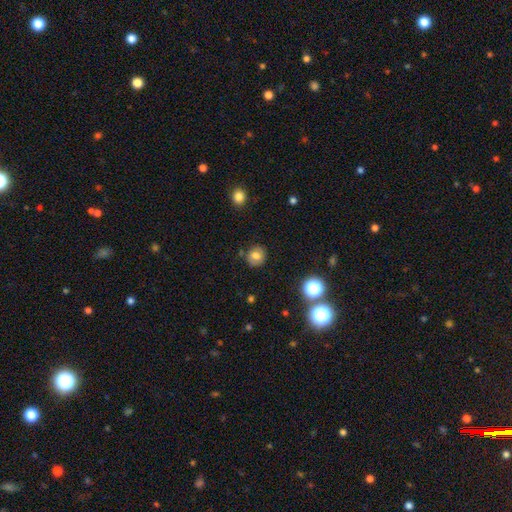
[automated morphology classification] Smooth or featured?
  - smooth: 73% *
  - featured or disk: 15%
  - star or artifact: 12%
How rounded?
  - round: 85% *
  - in between: 14%
  - cigar-shaped: 1%
Merging?
  - none: 85% *
  - minor disturbance: 10%
  - major disturbance: 3%
  - merger: 2%